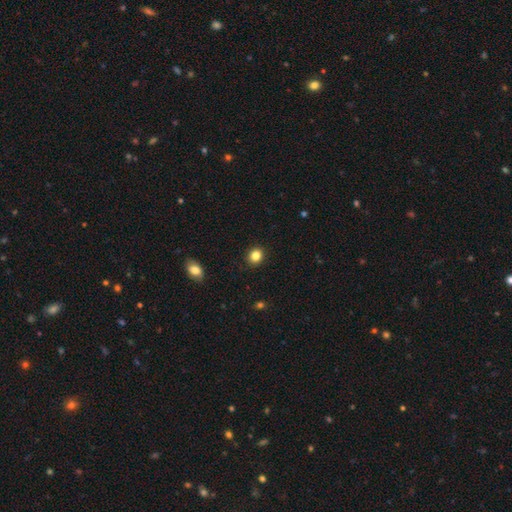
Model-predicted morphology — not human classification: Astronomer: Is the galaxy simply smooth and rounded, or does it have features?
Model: smooth — 84%.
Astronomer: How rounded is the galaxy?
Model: round — 76%.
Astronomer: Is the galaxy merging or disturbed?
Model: none — 90%.